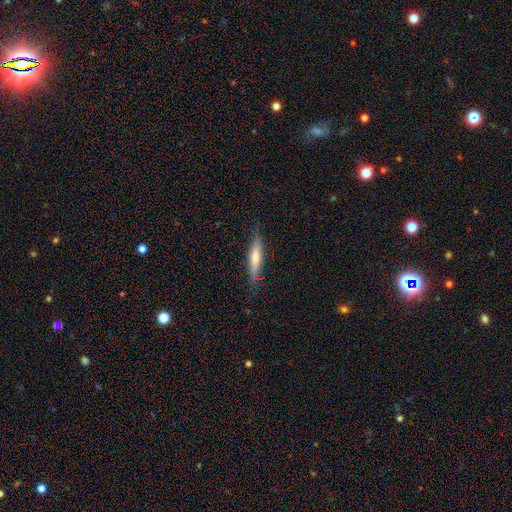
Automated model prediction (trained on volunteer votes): Morphology: type=smooth (56%); roundness=cigar-shaped (85%); merging=none (81%).